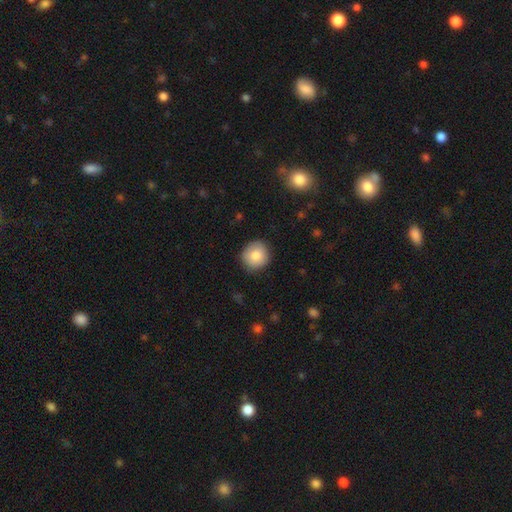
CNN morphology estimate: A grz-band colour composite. It shows a smooth galaxy with no disk features (84%) that is round (90%). Merging: none (88%).